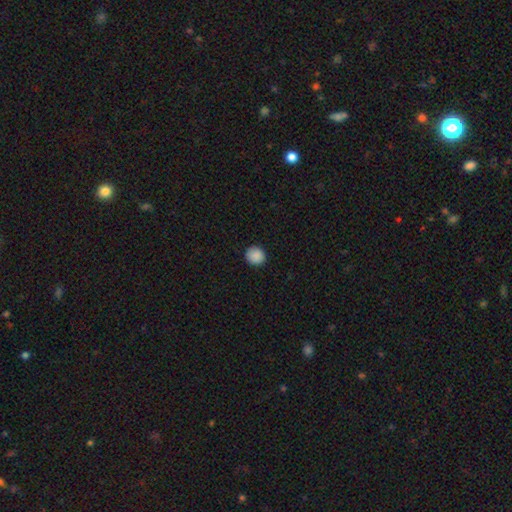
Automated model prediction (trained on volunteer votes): Smooth or featured? Predicted: smooth (p=0.89). How rounded? Predicted: round (p=0.89). Merging? Predicted: none (p=0.91).